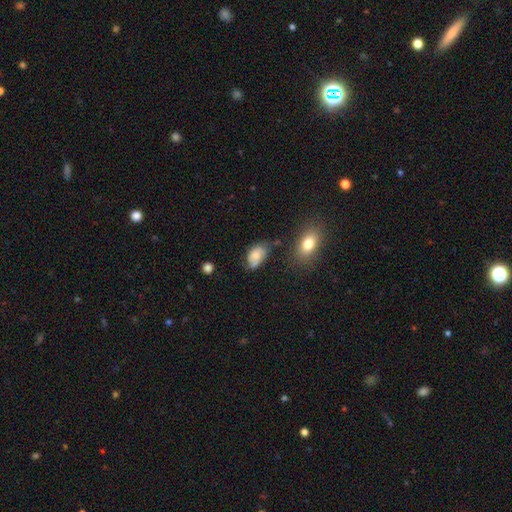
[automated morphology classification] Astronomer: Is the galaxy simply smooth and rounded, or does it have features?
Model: smooth — 59%.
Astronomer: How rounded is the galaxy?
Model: in between — 89%.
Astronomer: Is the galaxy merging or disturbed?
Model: none — 50% (runner-up: minor disturbance, 32%).